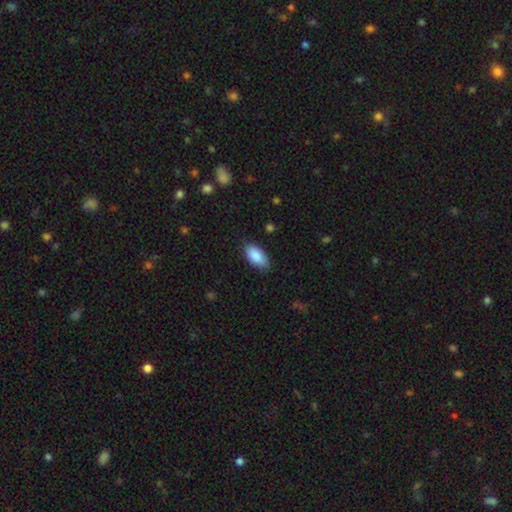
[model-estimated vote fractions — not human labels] Overall: smooth (88%). How rounded: in between (93%). Merging: none (82%).